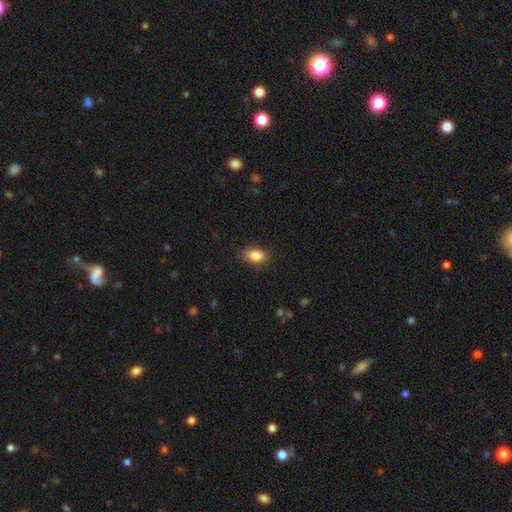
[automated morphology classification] Smooth or featured: smooth — 86% (star or artifact — 8%)
How rounded: in between — 85% (round — 13%)
Merging: none — 86% (minor disturbance — 10%)